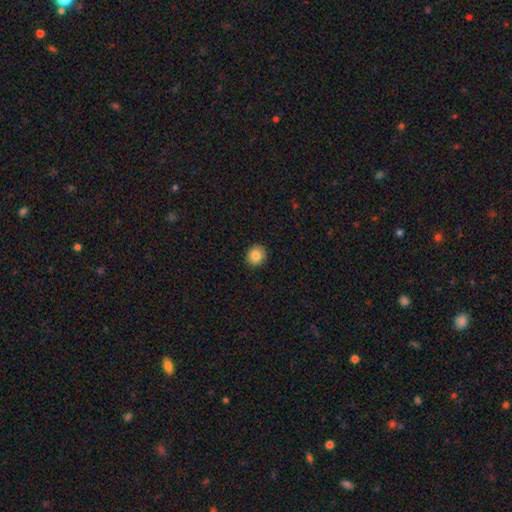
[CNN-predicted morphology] Q: Smooth or featured?
A: smooth (84%); runner-up: star or artifact (9%)
Q: How rounded?
A: round (78%); runner-up: in between (21%)
Q: Merging?
A: none (91%); runner-up: minor disturbance (6%)